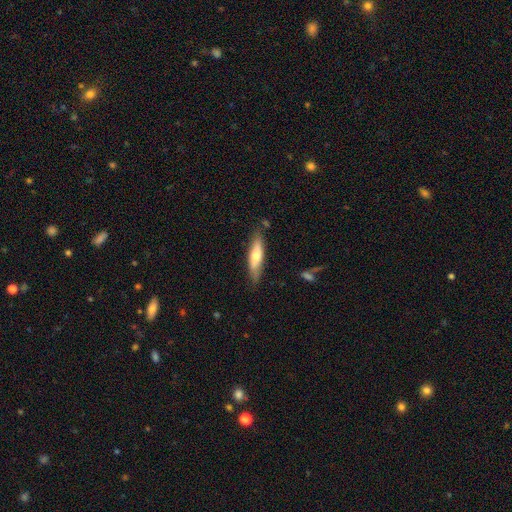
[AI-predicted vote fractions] A smooth galaxy with no disk features (58%) that is cigar-shaped (68%).

Vote fractions:
- Smooth or featured? smooth: 58% / featured or disk: 36% / star or artifact: 5%
- How rounded? cigar-shaped: 68% / in between: 31% / round: 2%
- Merging? none: 80% / minor disturbance: 14% / major disturbance: 3% / merger: 3%